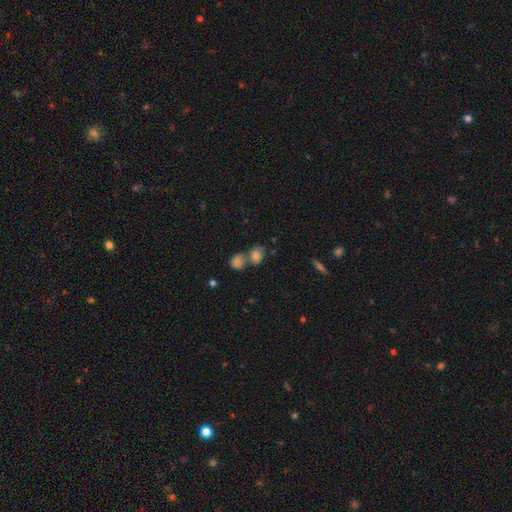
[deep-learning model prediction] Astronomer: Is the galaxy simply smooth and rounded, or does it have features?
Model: smooth — 78%.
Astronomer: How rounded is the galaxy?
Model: in between — 57% (runner-up: round, 41%).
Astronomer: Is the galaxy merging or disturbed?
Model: merger — 54% (runner-up: none, 32%).